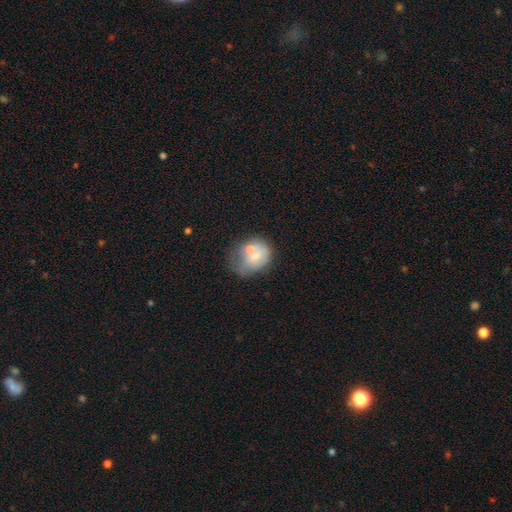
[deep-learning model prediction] A smooth galaxy with no disk features (57%) that is round (52%).

Vote fractions:
- Smooth or featured? smooth: 57% / featured or disk: 34% / star or artifact: 9%
- How rounded? round: 52% / in between: 48% / cigar-shaped: 1%
- Merging? merger: 32% / none: 27% / minor disturbance: 24% / major disturbance: 18%